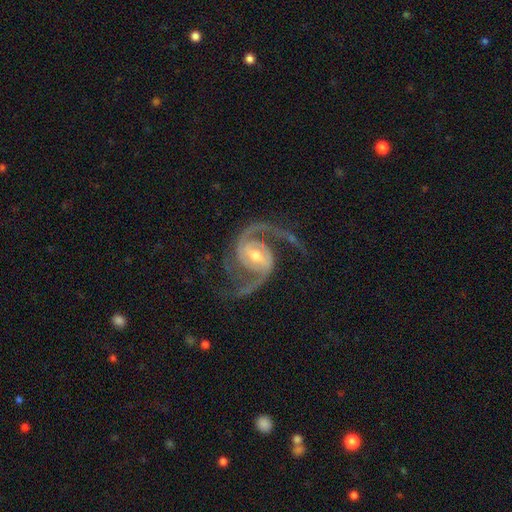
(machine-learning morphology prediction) featured or disk 94%, star or artifact 4%, smooth 2%. Down the decision tree: edge-on disk — no (98%); bar — weak (46%); spiral arms — yes (99%); spiral arm count — 2 (83%); spiral winding — medium (58%); bulge size — moderate (62%); merging — none (74%).